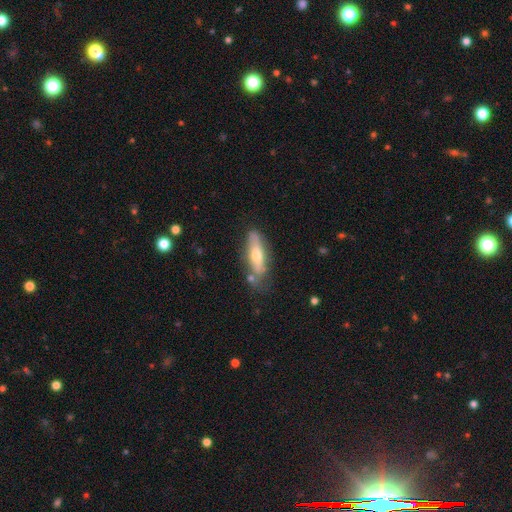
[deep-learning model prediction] smooth_or_featured: featured or disk (p=0.47) [alt: smooth p=0.46]
merging: none (p=0.66) [alt: minor disturbance p=0.22]